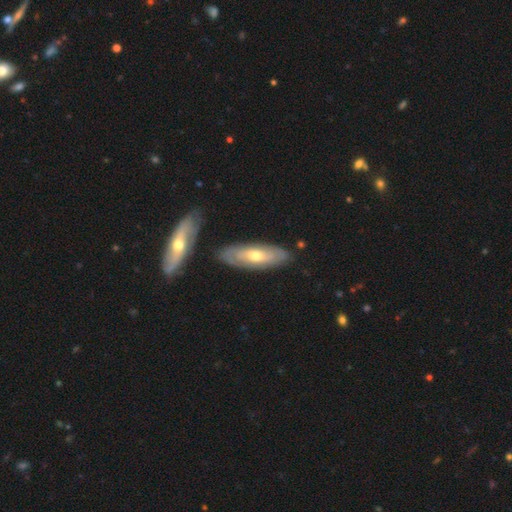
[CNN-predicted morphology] featured or disk 60%, smooth 33%, star or artifact 6%. Down the decision tree: edge-on disk — no (69%); merging — none (80%).